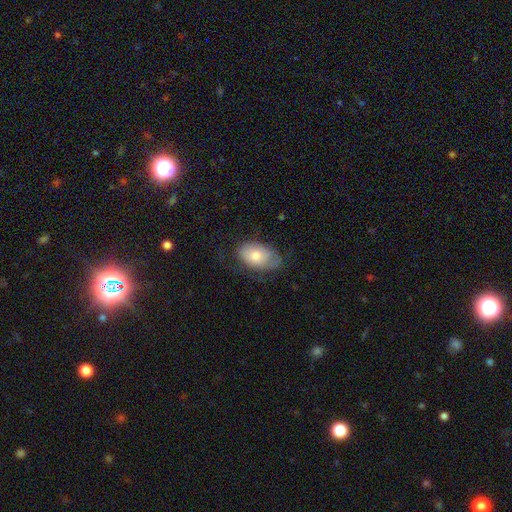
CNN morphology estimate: Smooth or featured?
  - smooth: 69% *
  - featured or disk: 25%
  - star or artifact: 7%
How rounded?
  - in between: 91% *
  - round: 7%
  - cigar-shaped: 1%
Merging?
  - none: 58% *
  - minor disturbance: 29%
  - major disturbance: 12%
  - merger: 1%